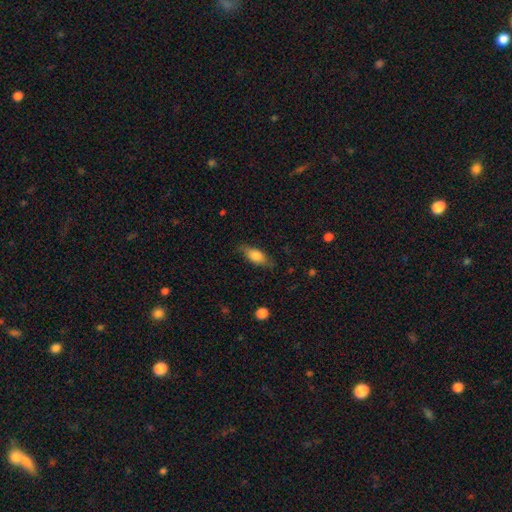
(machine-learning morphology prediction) type=smooth (73%); roundness=in between (76%); merging=none (77%).